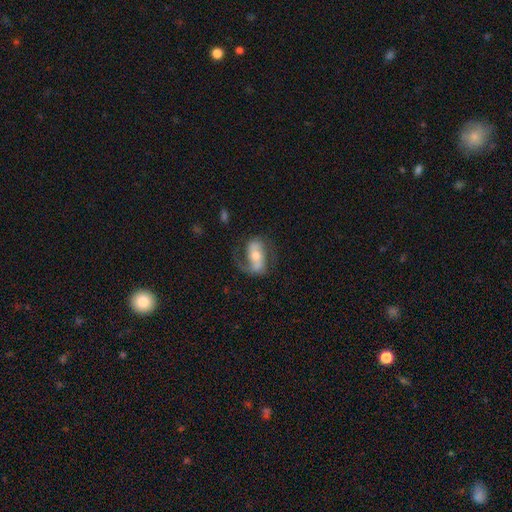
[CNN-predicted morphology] A featured or disk galaxy (75%) with a strong bar (38%), 2 (73%) medium (44%) spiral arms (90%) and a moderate central bulge (59%). Merging: none (60%).